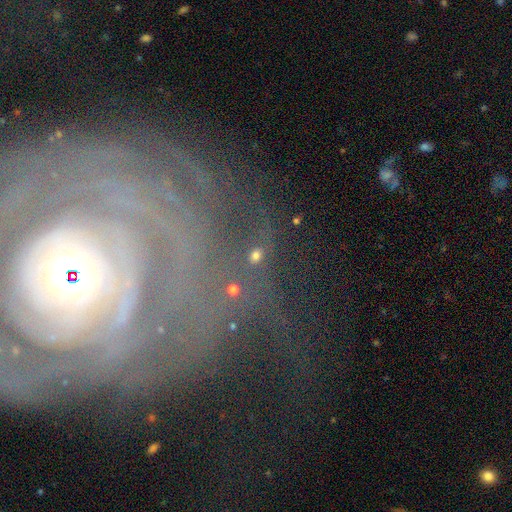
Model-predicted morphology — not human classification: Smooth or featured?
  - star or artifact: 49% *
  - smooth: 29%
  - featured or disk: 21%